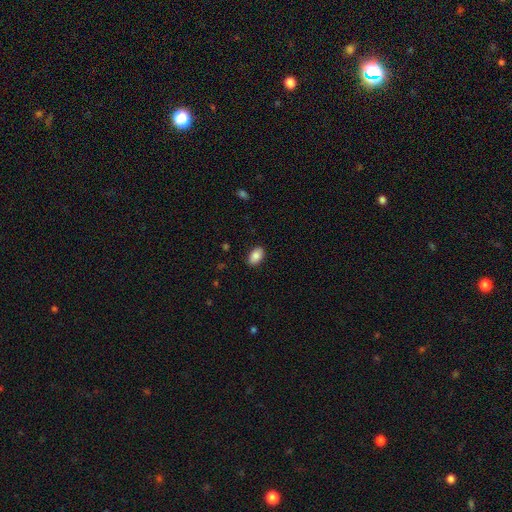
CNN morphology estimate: A smooth galaxy with no disk features (86%) that is in between round and cigar-shaped (91%). Merging: none (89%).